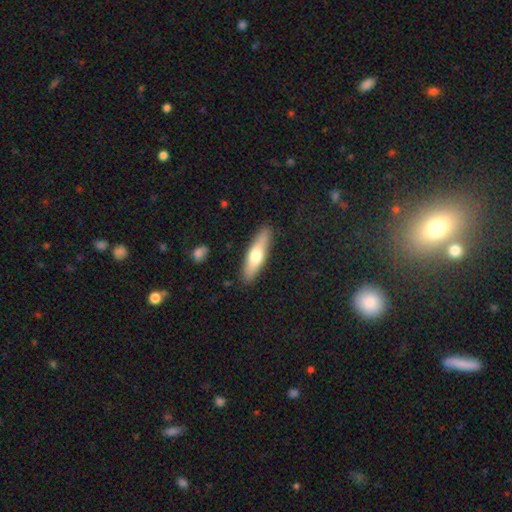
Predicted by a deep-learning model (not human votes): This is possibly a smooth galaxy (59%). How rounded: likely cigar-shaped (70%). Merging: clearly none (88%).